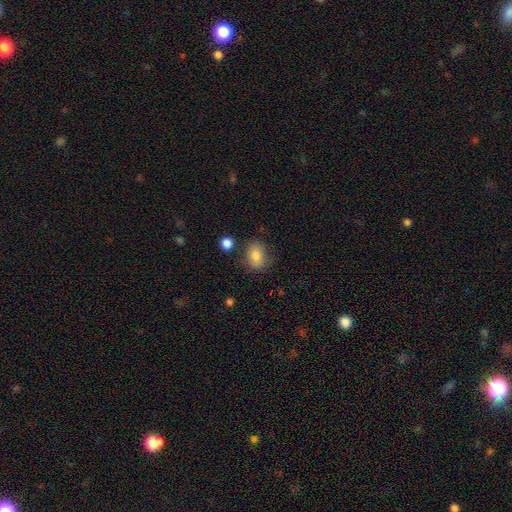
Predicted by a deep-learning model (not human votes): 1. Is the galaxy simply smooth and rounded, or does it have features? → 81% smooth, 9% featured or disk, 9% star or artifact.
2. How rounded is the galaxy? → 58% in between, 41% round, 1% cigar-shaped.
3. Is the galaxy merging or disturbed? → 75% none, 17% minor disturbance, 5% major disturbance, 4% merger.